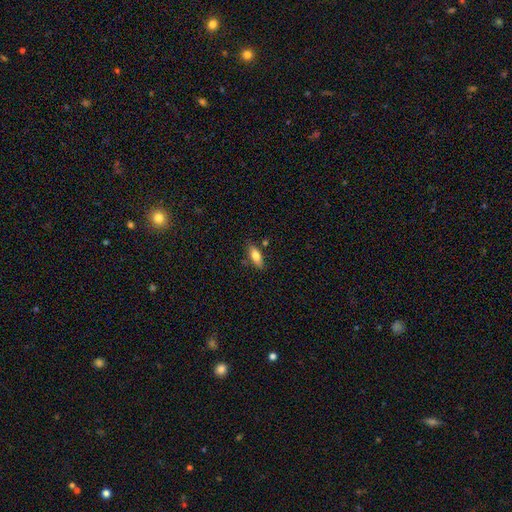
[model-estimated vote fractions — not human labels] A smooth galaxy with no disk features (72%) that is in between round and cigar-shaped (68%).

Vote fractions:
- Smooth or featured? smooth: 72% / featured or disk: 21% / star or artifact: 7%
- How rounded? in between: 68% / cigar-shaped: 29% / round: 3%
- Merging? none: 78% / minor disturbance: 15% / merger: 5% / major disturbance: 3%